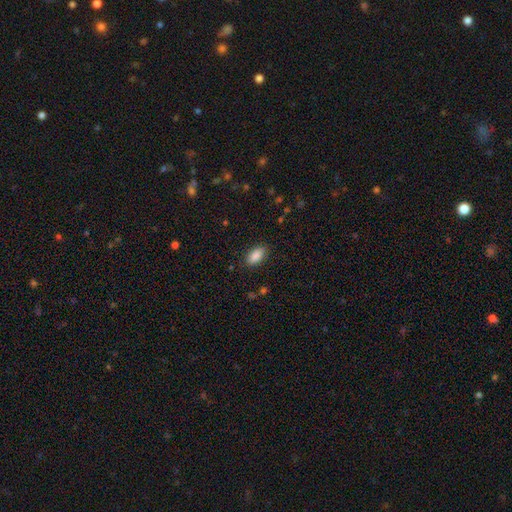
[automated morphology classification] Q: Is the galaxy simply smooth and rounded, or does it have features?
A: smooth — 88%.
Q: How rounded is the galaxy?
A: in between — 92%.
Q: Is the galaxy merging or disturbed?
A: none — 86%.